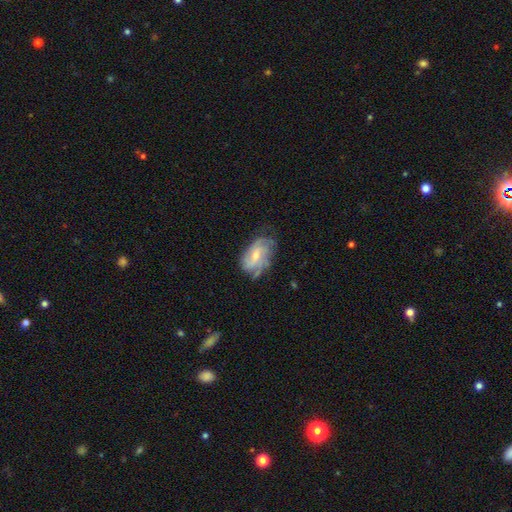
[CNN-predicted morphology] A featured or disk galaxy (71%) with no bar (48%), tight (40%, tied with medium) spiral arms (89%) and a small central bulge (49%). Merging: none (60%).